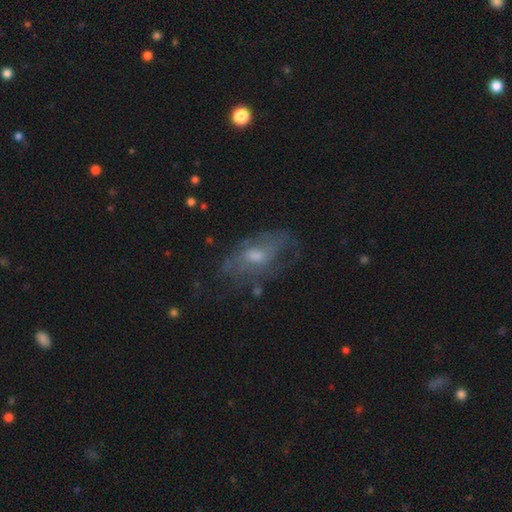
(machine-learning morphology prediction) Smooth or featured? featured or disk (54%)
Edge-on disk? no (87%)
Merging? none (64%)